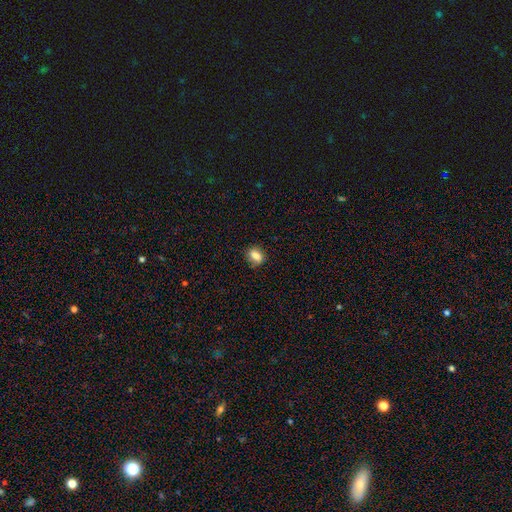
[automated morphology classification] smooth-or-featured: smooth: 81% | star or artifact: 10% | featured or disk: 9%
  how-rounded: in between: 65% | round: 32% | cigar-shaped: 3%
  merging: none: 76% | minor disturbance: 18% | major disturbance: 4% | merger: 3%